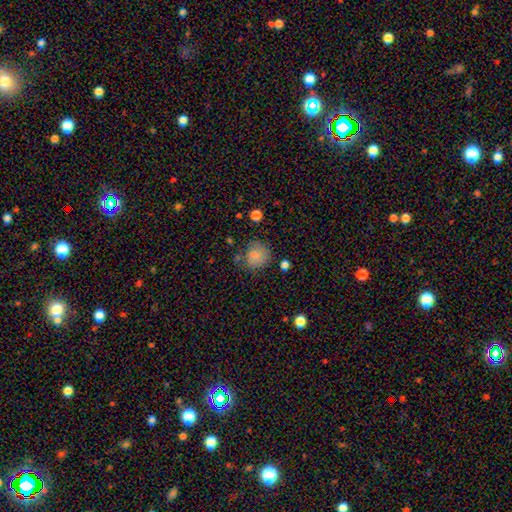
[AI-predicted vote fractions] A smooth galaxy with no disk features (80%) that is round (81%).

Vote fractions:
- Smooth or featured? smooth: 80% / star or artifact: 10% / featured or disk: 10%
- How rounded? round: 81% / in between: 18% / cigar-shaped: 1%
- Merging? none: 65% / minor disturbance: 22% / major disturbance: 8% / merger: 5%